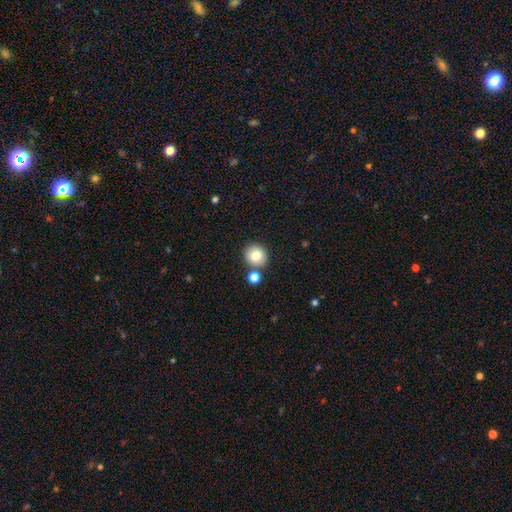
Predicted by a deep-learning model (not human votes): Smooth or featured? smooth (79%)
How rounded? round (87%)
Merging? none (79%)